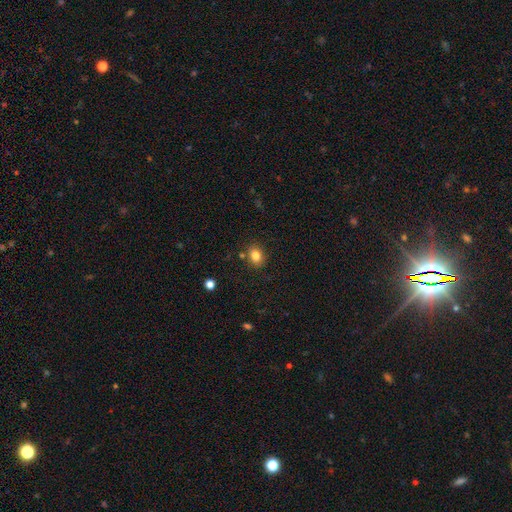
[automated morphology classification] Smooth or featured: smooth — 82% (star or artifact — 11%)
How rounded: in between — 56% (round — 43%)
Merging: none — 82% (minor disturbance — 11%)